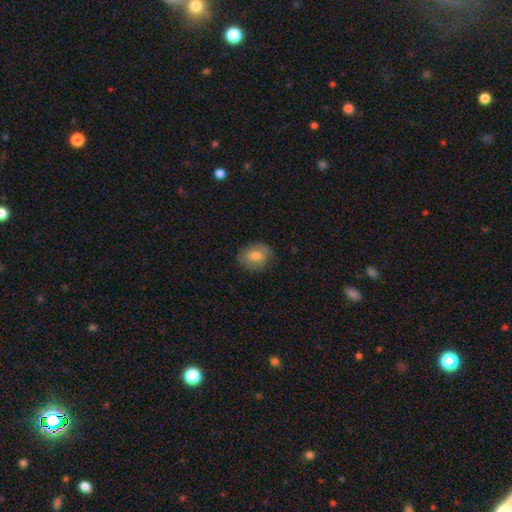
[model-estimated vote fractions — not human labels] smooth-or-featured: smooth: 73% | featured or disk: 19% | star or artifact: 9%
  how-rounded: round: 51% | in between: 48% | cigar-shaped: 1%
  merging: none: 80% | minor disturbance: 15% | major disturbance: 4% | merger: 1%